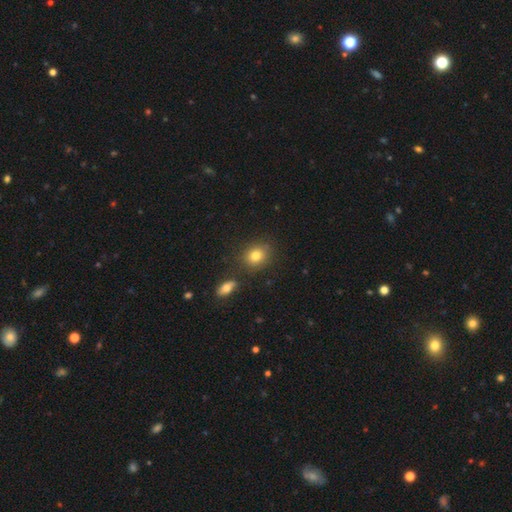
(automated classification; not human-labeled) Morphology: type=smooth (80%); roundness=round (58%); merging=none (80%).